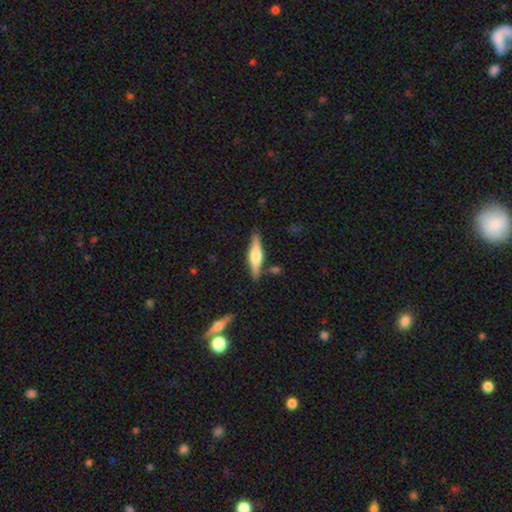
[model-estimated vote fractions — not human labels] Smooth or featured? featured or disk (55%)
Edge-on disk? yes (95%)
Edge-on bulge? rounded (84%)
Merging? none (84%)